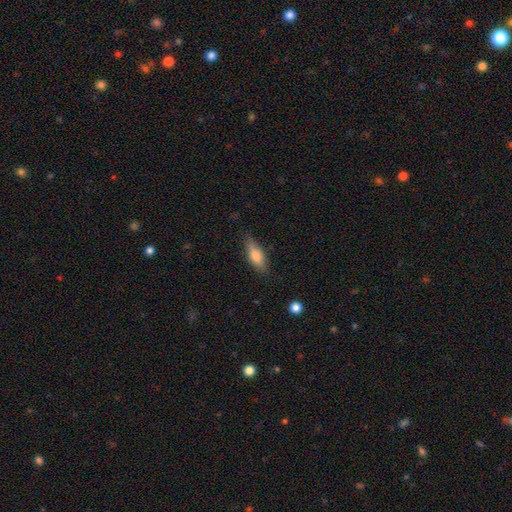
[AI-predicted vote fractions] The model was most divided on "how rounded": in between: 63%, cigar-shaped: 34%, round: 3%. More confident: merging — none (78%); smooth or featured — smooth (74%).